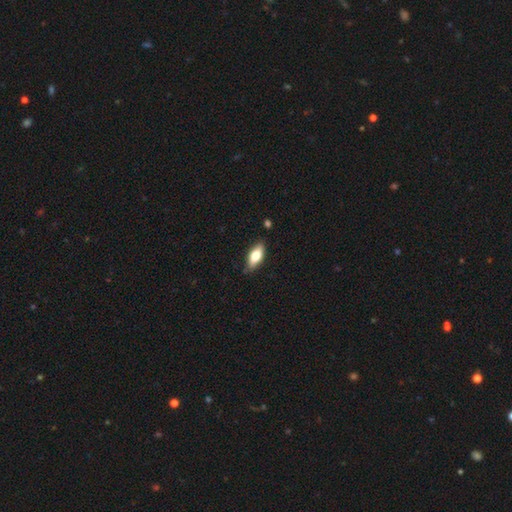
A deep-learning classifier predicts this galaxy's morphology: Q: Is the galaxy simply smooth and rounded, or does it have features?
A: smooth — 69%.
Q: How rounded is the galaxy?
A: in between — 80%.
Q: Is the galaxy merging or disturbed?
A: none — 84%.